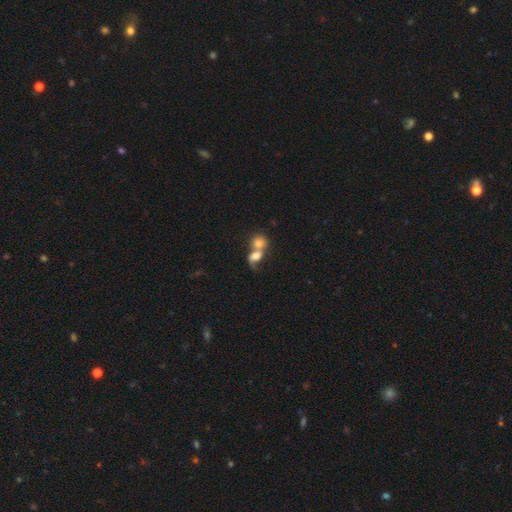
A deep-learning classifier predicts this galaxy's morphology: Smooth or featured: smooth — 66% (featured or disk — 24%)
How rounded: round — 54% (in between — 44%)
Merging: merger — 77% (none — 12%)